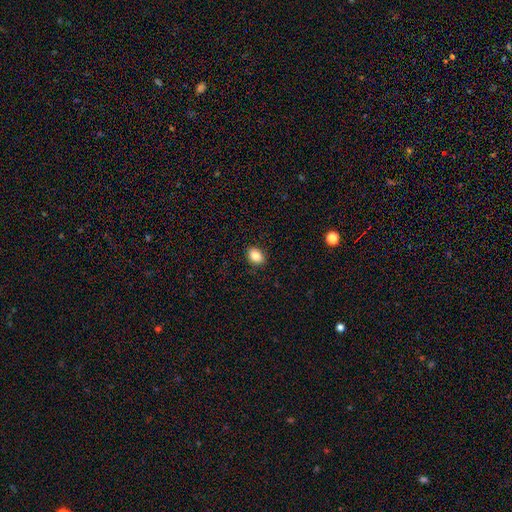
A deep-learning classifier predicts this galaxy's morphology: Overall: smooth (86%). How rounded: in between (70%). Merging: none (89%).